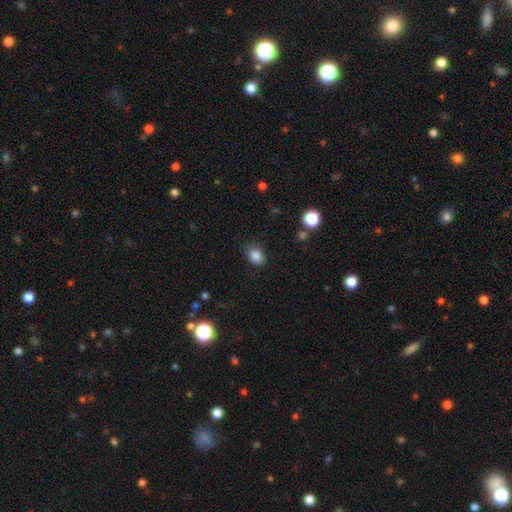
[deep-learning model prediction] The model was most divided on "how rounded": in between: 70%, round: 29%, cigar-shaped: 1%. More confident: smooth or featured — smooth (85%); merging — none (78%).